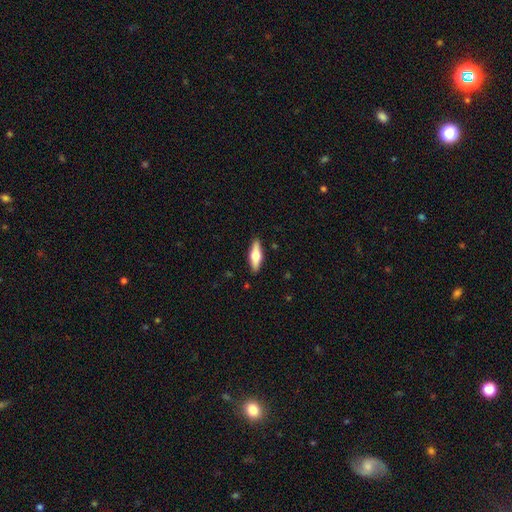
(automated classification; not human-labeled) Overall: smooth (50%; featured or disk 45%). Merging: none (89%).